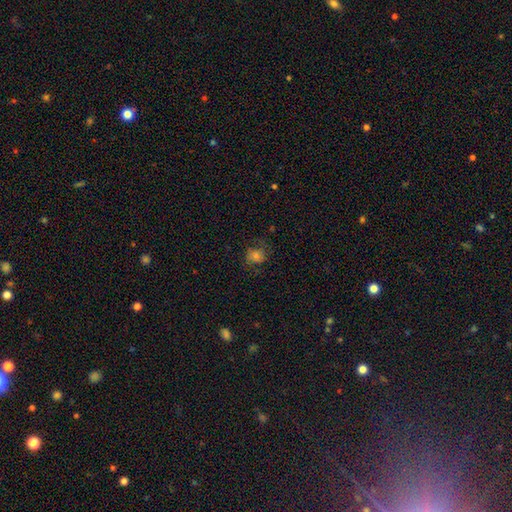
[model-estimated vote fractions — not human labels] Smooth or featured? Predicted: smooth (p=0.56). How rounded? Predicted: round (p=0.74). Merging? Predicted: none (p=0.66).